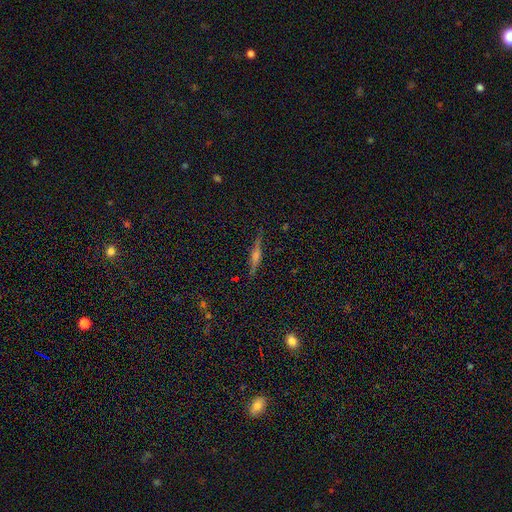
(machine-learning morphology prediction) A featured or disk galaxy (73%) viewed edge-on (97%) with a rounded central bulge (82%).

Vote fractions:
- Smooth or featured? featured or disk: 73% / smooth: 16% / star or artifact: 11%
- Edge-on disk? yes: 97% / no: 3%
- Edge-on bulge? rounded: 82% / boxy: 12% / none: 6%
- Merging? none: 90% / minor disturbance: 7% / major disturbance: 2% / merger: 1%